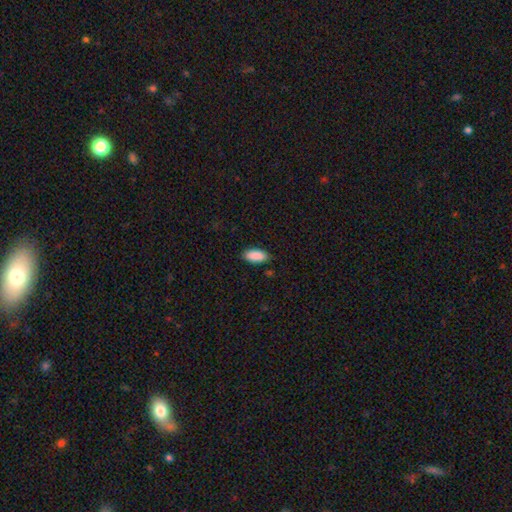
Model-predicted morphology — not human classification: Smooth or featured: smooth — 90% (star or artifact — 6%)
How rounded: in between — 90% (cigar-shaped — 8%)
Merging: none — 86% (minor disturbance — 11%)